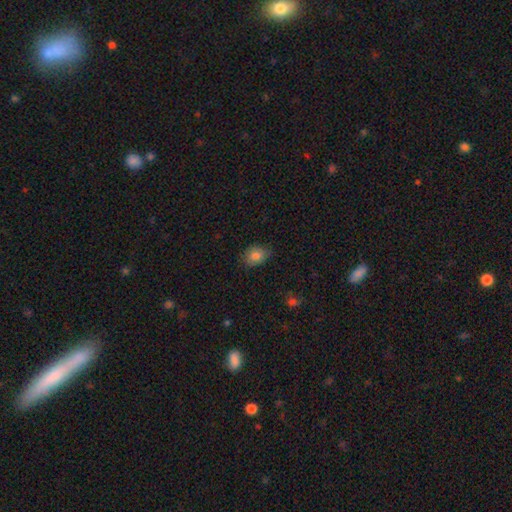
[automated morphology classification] The model was most divided on "how rounded": in between: 70%, round: 28%, cigar-shaped: 1%. More confident: smooth or featured — smooth (83%); merging — none (73%).